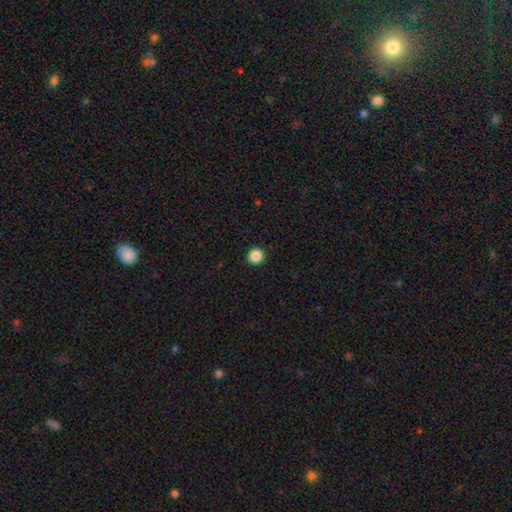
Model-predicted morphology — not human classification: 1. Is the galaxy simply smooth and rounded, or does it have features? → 87% smooth, 10% star or artifact, 3% featured or disk.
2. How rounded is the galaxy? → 92% round, 7% in between, 1% cigar-shaped.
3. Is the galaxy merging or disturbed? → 93% none, 4% minor disturbance, 2% major disturbance, 1% merger.